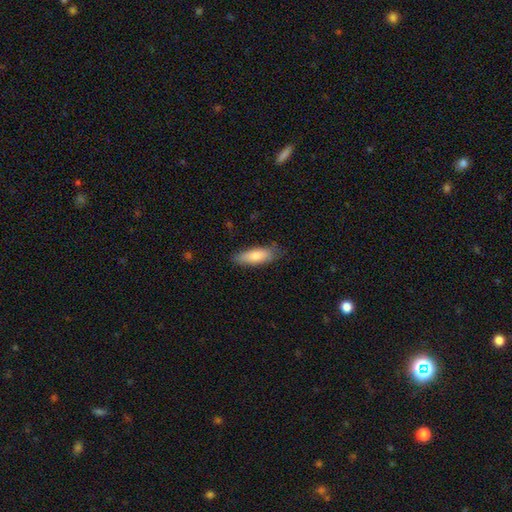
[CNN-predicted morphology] smooth_or_featured: smooth (p=0.77) [alt: featured or disk p=0.17]
how_rounded: in between (p=0.49) [tied with: cigar-shaped p=0.49]
merging: none (p=0.79) [alt: minor disturbance p=0.17]